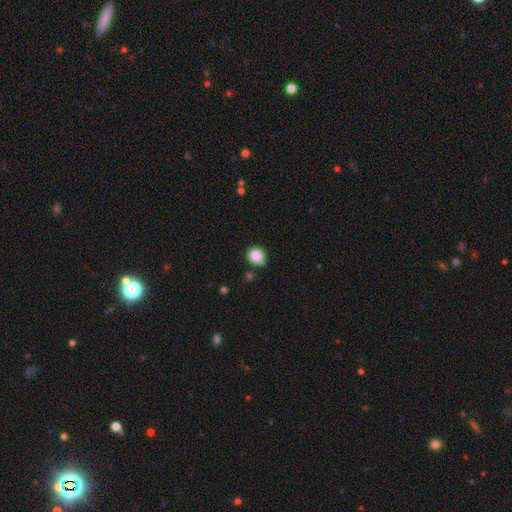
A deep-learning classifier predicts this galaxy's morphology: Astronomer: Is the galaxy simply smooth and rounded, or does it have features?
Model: smooth — 84%.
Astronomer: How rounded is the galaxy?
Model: round — 88%.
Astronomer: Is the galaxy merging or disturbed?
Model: none — 76%.